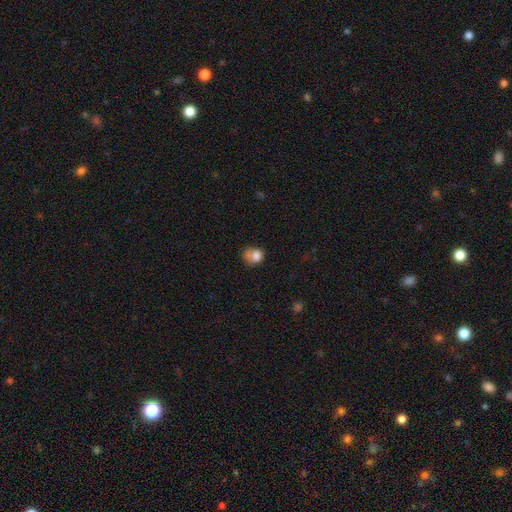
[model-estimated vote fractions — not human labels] smooth_or_featured: smooth (p=0.77) [alt: featured or disk p=0.12]
how_rounded: round (p=0.58) [alt: in between p=0.41]
merging: none (p=0.38) [alt: minor disturbance p=0.31]